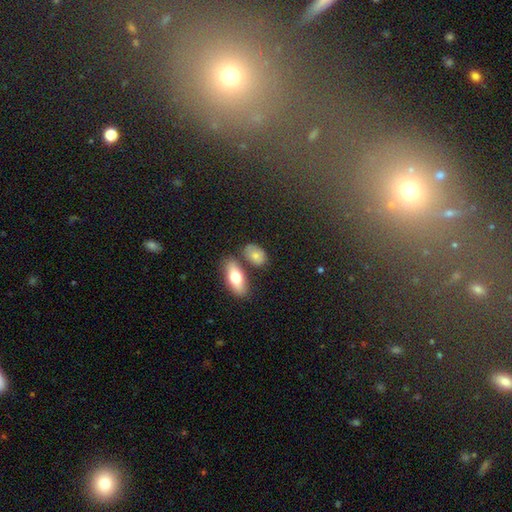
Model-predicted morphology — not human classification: Smooth or featured? Predicted: smooth (p=0.74). How rounded? Predicted: in between (p=0.82). Merging? Predicted: none (p=0.68).